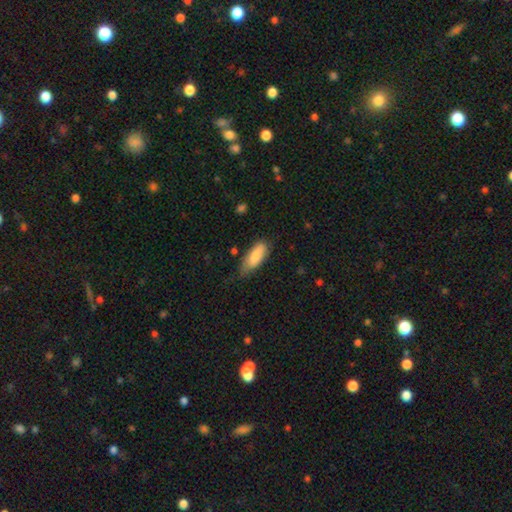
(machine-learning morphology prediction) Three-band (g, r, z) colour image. It shows a smooth galaxy with no disk features (83%) that is in between round and cigar-shaped (74%). Merging: none (57%).